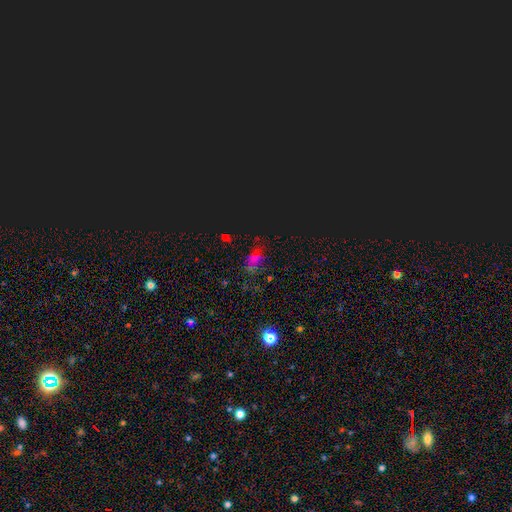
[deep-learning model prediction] smooth-or-featured: star or artifact: 53% | smooth: 36% | featured or disk: 12%